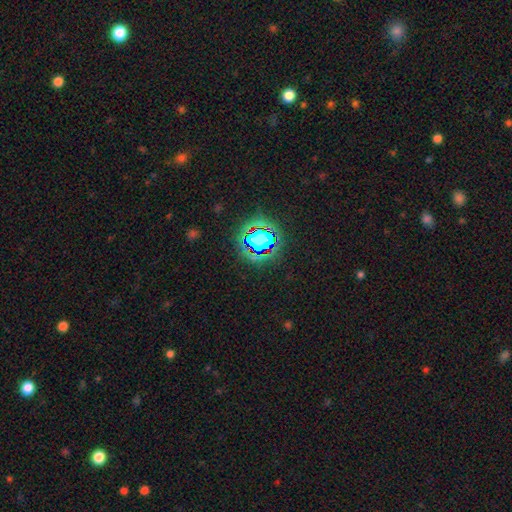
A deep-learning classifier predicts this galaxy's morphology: A star or artifact, not a galaxy (76%).

Vote fractions:
- Smooth or featured? star or artifact: 76% / smooth: 16% / featured or disk: 8%